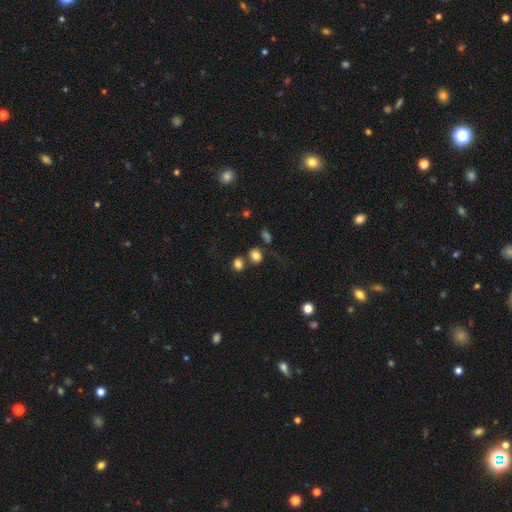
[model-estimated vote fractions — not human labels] Smooth or featured?
  - smooth: 80% *
  - star or artifact: 13%
  - featured or disk: 6%
How rounded?
  - round: 70% *
  - in between: 28%
  - cigar-shaped: 1%
Merging?
  - none: 61% *
  - merger: 20%
  - minor disturbance: 13%
  - major disturbance: 7%